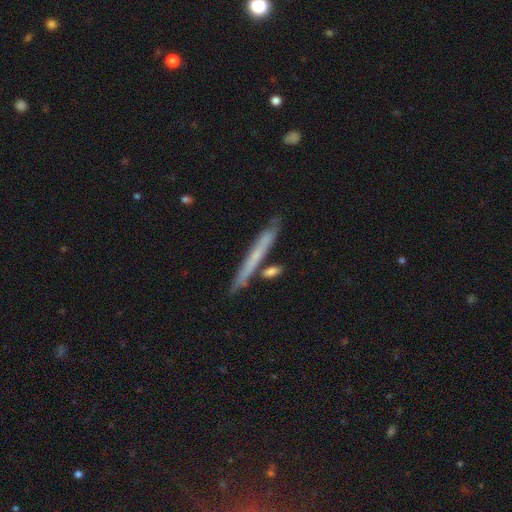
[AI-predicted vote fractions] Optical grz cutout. It shows a smooth galaxy with no disk features (49%). Merging: none (78%).